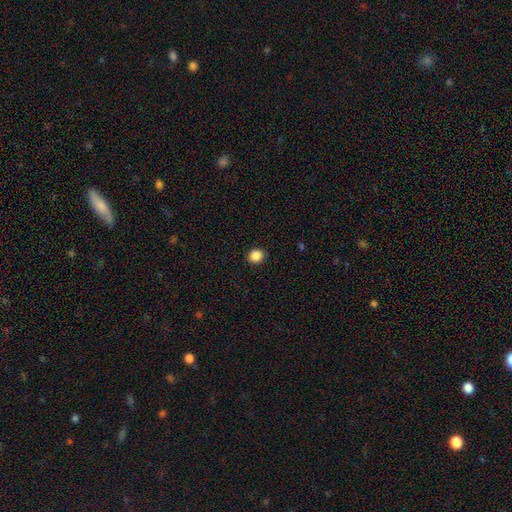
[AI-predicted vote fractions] This is clearly a smooth galaxy (87%). How rounded: likely round (77%). Merging: clearly none (91%).